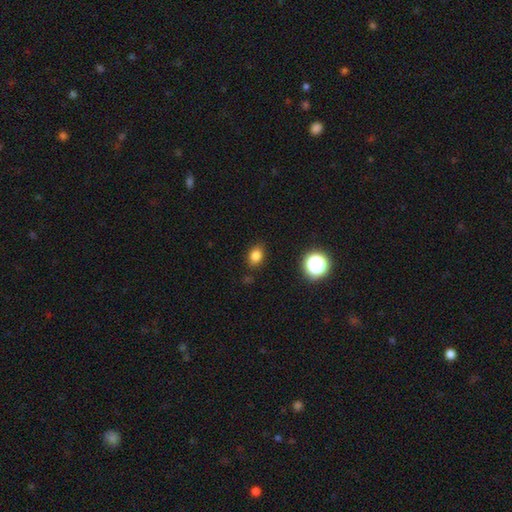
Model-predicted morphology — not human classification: smooth 80%, star or artifact 14%, featured or disk 6%. Down the decision tree: how rounded — in between (64%); merging — none (85%).